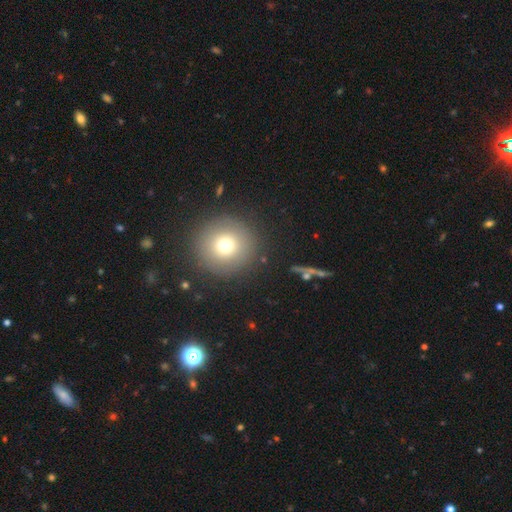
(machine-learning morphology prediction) This appears to be a smooth galaxy with no disk features (61%) that is round (93%). Merging: none (88%).